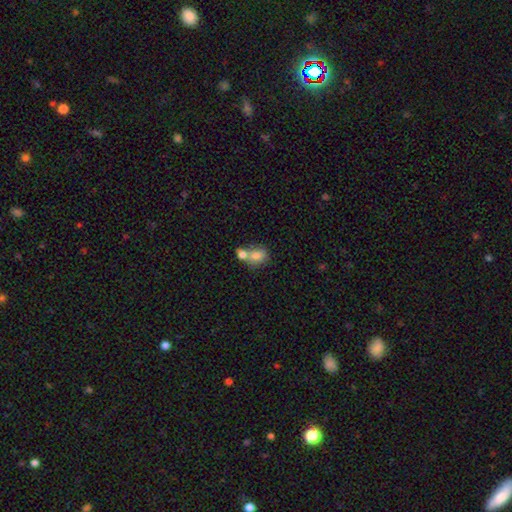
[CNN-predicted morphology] The model was most divided on "how rounded": round: 50%, in between: 48%, cigar-shaped: 1%. More confident: smooth or featured — smooth (76%); merging — merger (53%).